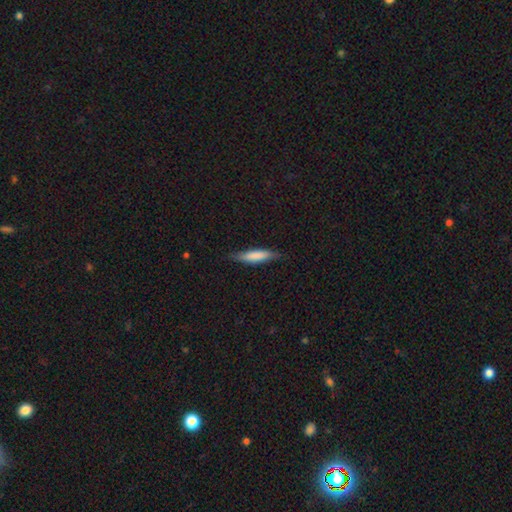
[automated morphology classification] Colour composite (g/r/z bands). It shows a smooth galaxy with no disk features (74%) that is cigar-shaped (77%). Merging: none (81%).